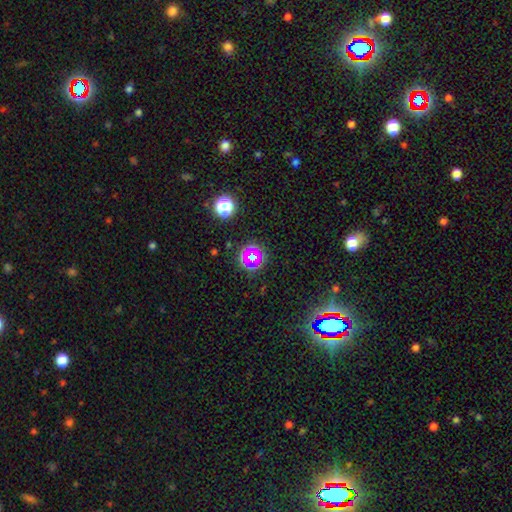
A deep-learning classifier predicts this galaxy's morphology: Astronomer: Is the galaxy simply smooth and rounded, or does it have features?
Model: star or artifact — 49% (runner-up: smooth, 36%).